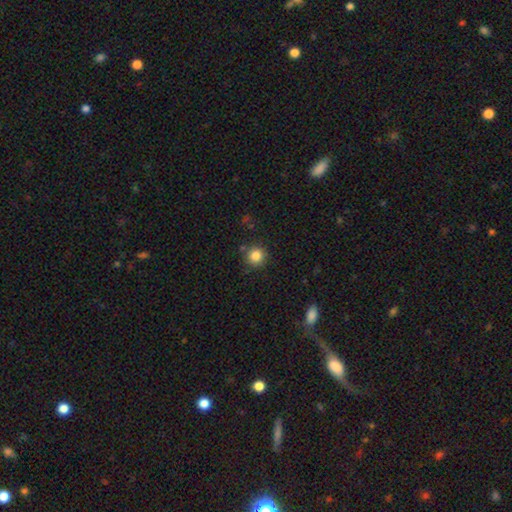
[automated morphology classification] A smooth galaxy with no disk features (84%) that is round (93%). Merging: none (85%).